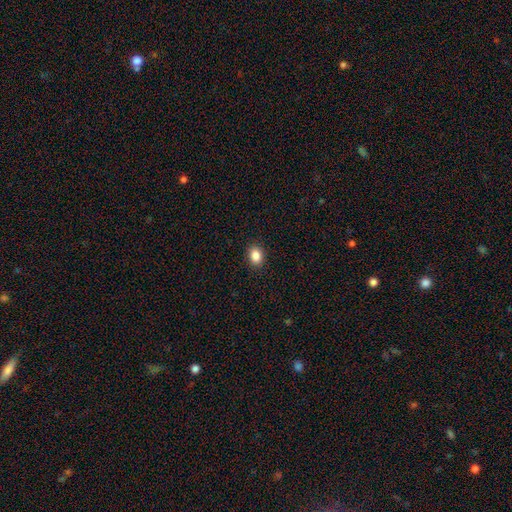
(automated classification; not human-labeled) A smooth galaxy with no disk features (86%) that is in between round and cigar-shaped (57%). Merging: none (91%).